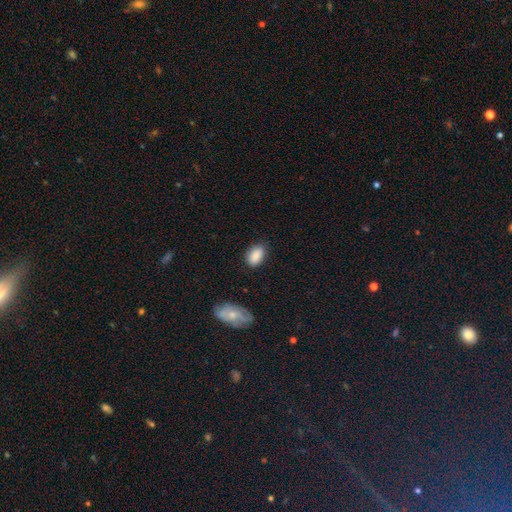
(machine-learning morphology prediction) This is clearly a smooth galaxy (87%). How rounded: clearly in between (89%). Merging: likely none (77%).